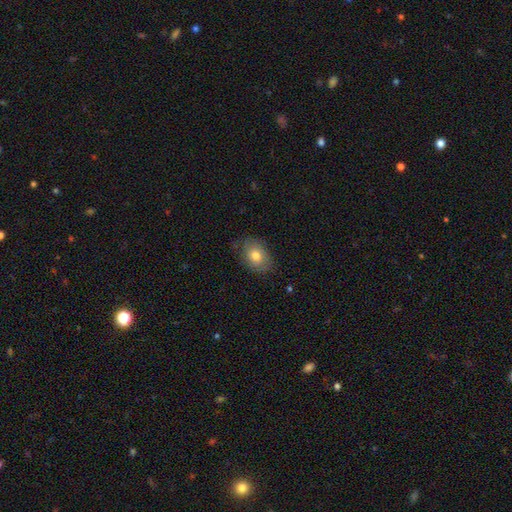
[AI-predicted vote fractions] A smooth galaxy with no disk features (76%) that is in between round and cigar-shaped (73%).

Vote fractions:
- Smooth or featured? smooth: 76% / featured or disk: 16% / star or artifact: 8%
- How rounded? in between: 73% / round: 26% / cigar-shaped: 1%
- Merging? none: 78% / minor disturbance: 17% / major disturbance: 4% / merger: 1%